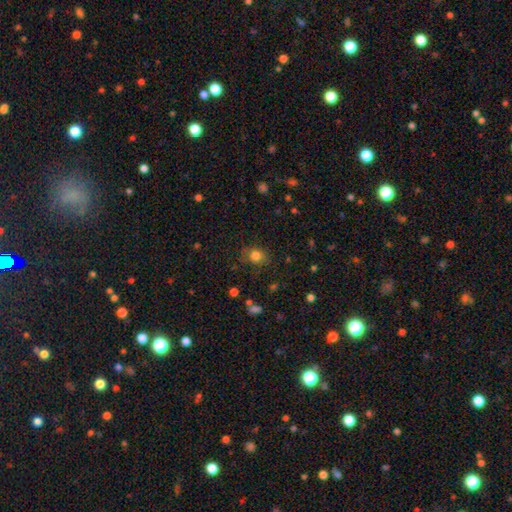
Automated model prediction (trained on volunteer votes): The model was most divided on "how rounded": round: 65%, in between: 34%, cigar-shaped: 1%. More confident: smooth or featured — smooth (80%); merging — none (73%).